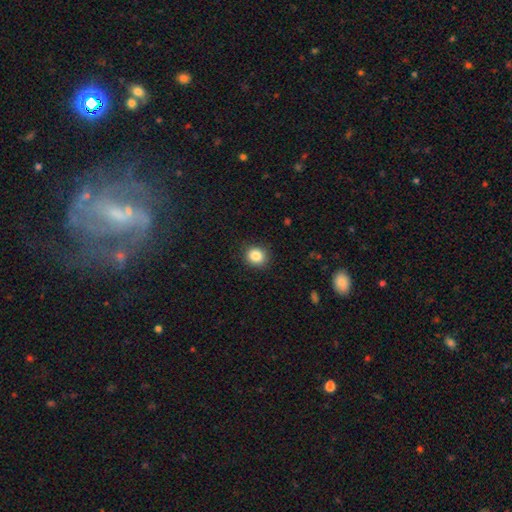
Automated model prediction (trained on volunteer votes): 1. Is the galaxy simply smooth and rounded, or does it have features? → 86% smooth, 10% star or artifact, 4% featured or disk.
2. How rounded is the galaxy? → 77% round, 22% in between, 1% cigar-shaped.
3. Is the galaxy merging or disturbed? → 89% none, 8% minor disturbance, 2% major disturbance, 1% merger.